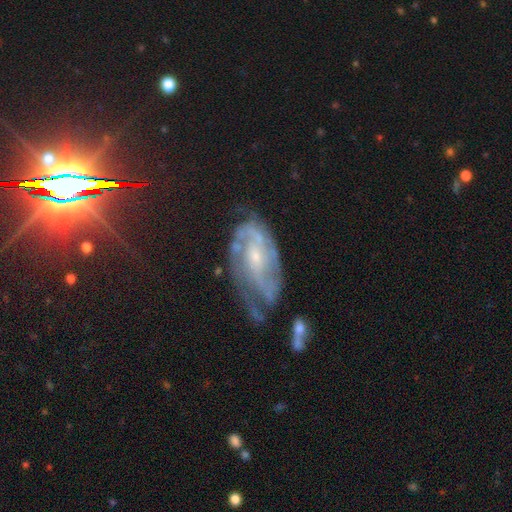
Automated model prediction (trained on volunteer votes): Morphology: type=featured or disk (81%); edge-on=no (94%); bar=no (49%); spiral arms=yes (91%); winding=tight (45%); arm count=2 (35%); bulge=small (65%); merging=none (46%).